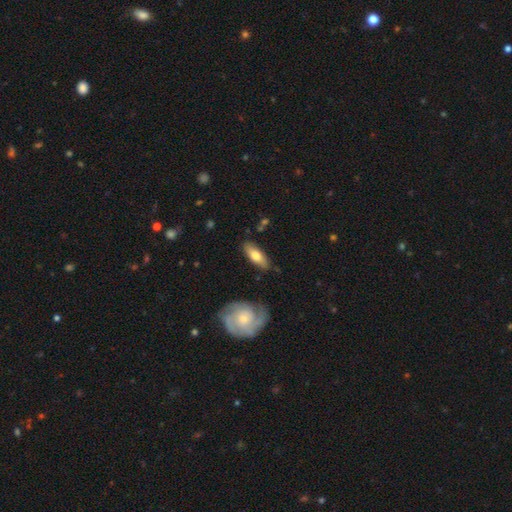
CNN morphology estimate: Smooth or featured?
  - smooth: 65% *
  - featured or disk: 30%
  - star or artifact: 5%
How rounded?
  - in between: 69% *
  - cigar-shaped: 28%
  - round: 2%
Merging?
  - none: 81% *
  - minor disturbance: 14%
  - major disturbance: 3%
  - merger: 3%